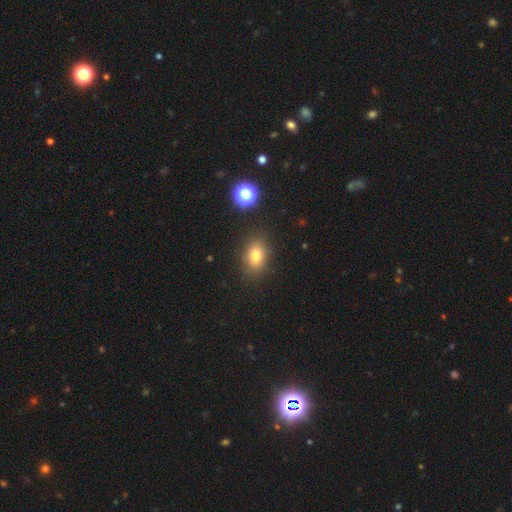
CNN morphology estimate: smooth 79%, star or artifact 13%, featured or disk 9%. Down the decision tree: how rounded — in between (73%); merging — none (84%).